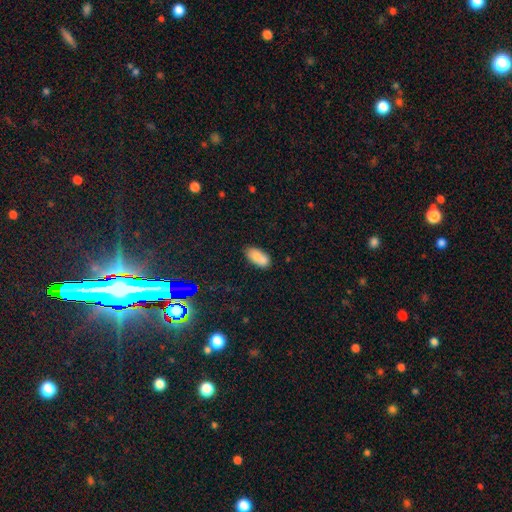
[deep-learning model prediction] Smooth or featured: smooth — 82% (star or artifact — 9%)
How rounded: in between — 90% (cigar-shaped — 7%)
Merging: none — 68% (minor disturbance — 17%)